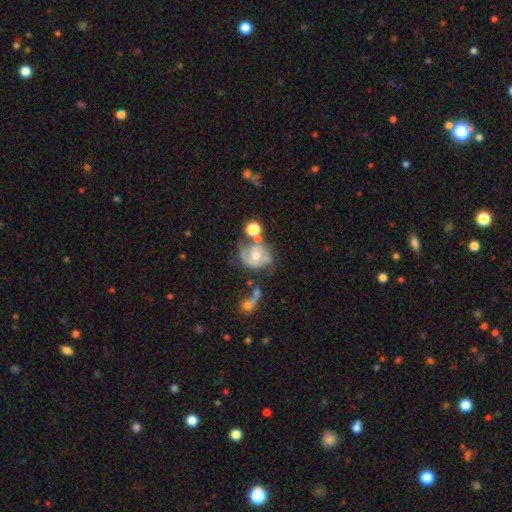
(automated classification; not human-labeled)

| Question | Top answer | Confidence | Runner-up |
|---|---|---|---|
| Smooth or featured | featured or disk | 67% | smooth (24%) |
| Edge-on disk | no | 97% | yes (3%) |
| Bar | no | 59% | weak (31%) |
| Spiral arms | yes | 81% | no (19%) |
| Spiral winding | medium | 43% | tight (32%) |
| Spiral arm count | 2 | 65% | 1 (15%) |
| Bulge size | moderate | 64% | small (28%) |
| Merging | none | 38% | merger (23%) |